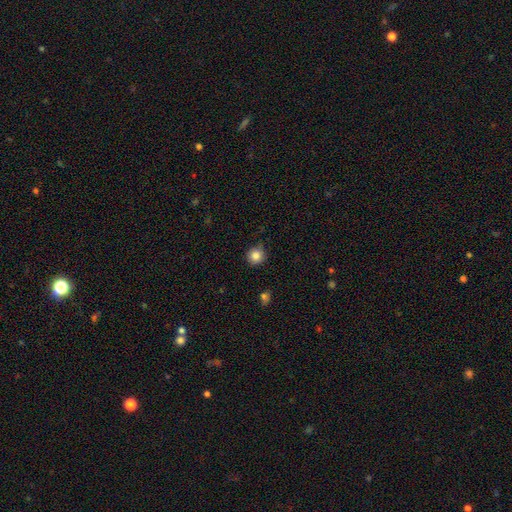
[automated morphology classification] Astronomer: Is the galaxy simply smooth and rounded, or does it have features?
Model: smooth — 84%.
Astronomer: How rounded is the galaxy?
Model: round — 92%.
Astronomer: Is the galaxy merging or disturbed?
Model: none — 85%.